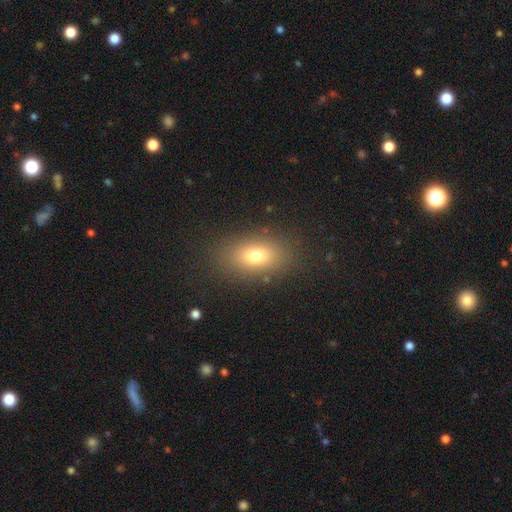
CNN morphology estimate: Smooth or featured: smooth — 73% (featured or disk — 14%)
How rounded: in between — 82% (round — 14%)
Merging: none — 84% (minor disturbance — 10%)